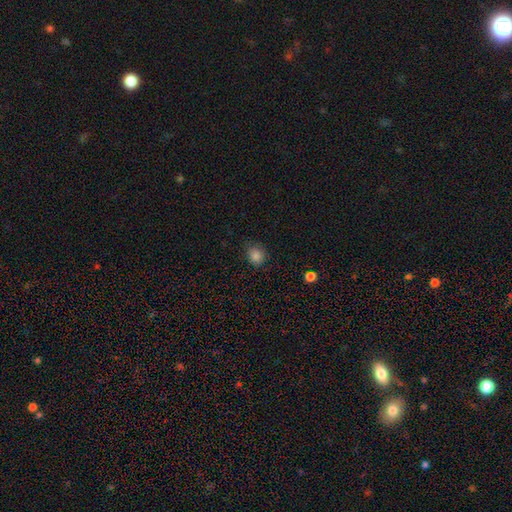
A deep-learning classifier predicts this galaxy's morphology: Smooth or featured?
  - smooth: 84% *
  - star or artifact: 11%
  - featured or disk: 5%
How rounded?
  - round: 75% *
  - in between: 24%
  - cigar-shaped: 1%
Merging?
  - none: 80% *
  - minor disturbance: 15%
  - major disturbance: 3%
  - merger: 1%